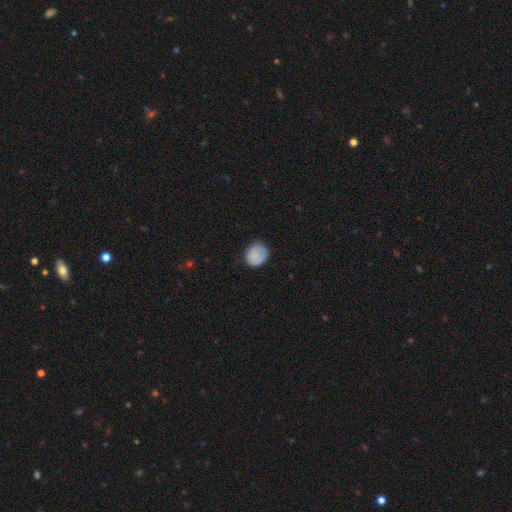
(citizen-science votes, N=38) Smooth or featured? smooth (74%)
How rounded? round (82%)
Merging? none (80%)